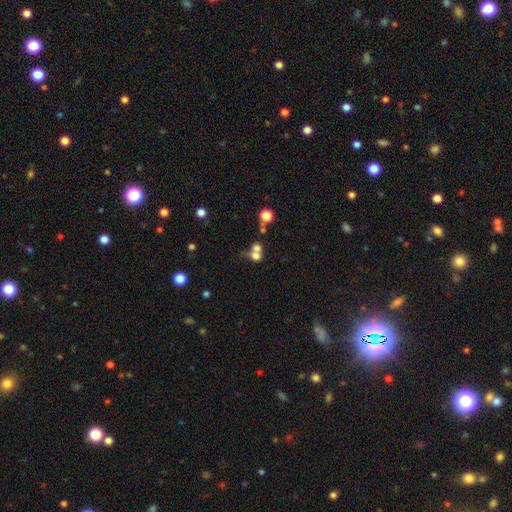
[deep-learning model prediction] Overall: smooth (67%). How rounded: round (69%; in between 29%). Merging: merger (59%; none 28%).